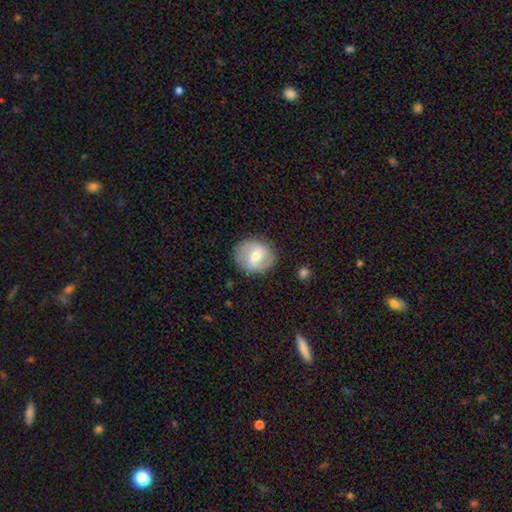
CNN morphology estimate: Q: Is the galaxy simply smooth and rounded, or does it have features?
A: featured or disk — 51%.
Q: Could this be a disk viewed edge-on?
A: no — 96%.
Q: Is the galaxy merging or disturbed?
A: none — 83%.